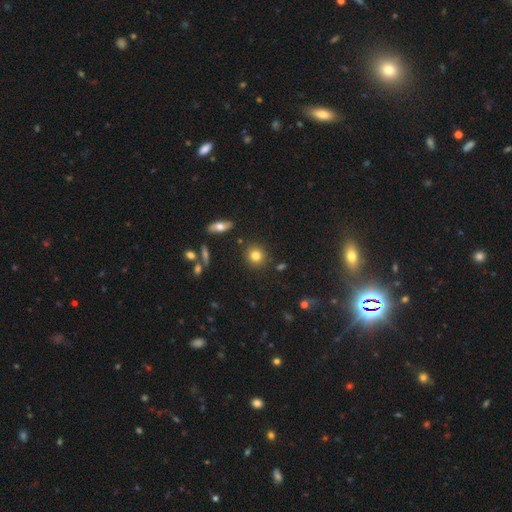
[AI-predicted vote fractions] Smooth or featured: smooth — 80% (star or artifact — 11%)
How rounded: round — 85% (in between — 13%)
Merging: none — 86% (minor disturbance — 8%)